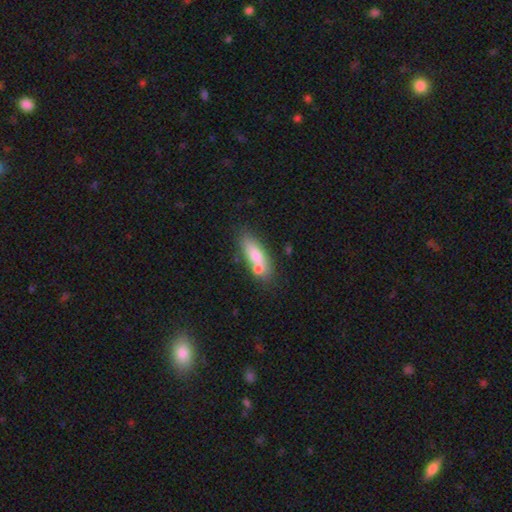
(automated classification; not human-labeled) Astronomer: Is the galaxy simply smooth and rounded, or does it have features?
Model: smooth — 71%.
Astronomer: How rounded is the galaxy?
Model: in between — 55% (runner-up: cigar-shaped, 42%).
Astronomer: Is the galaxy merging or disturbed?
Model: none — 57%.